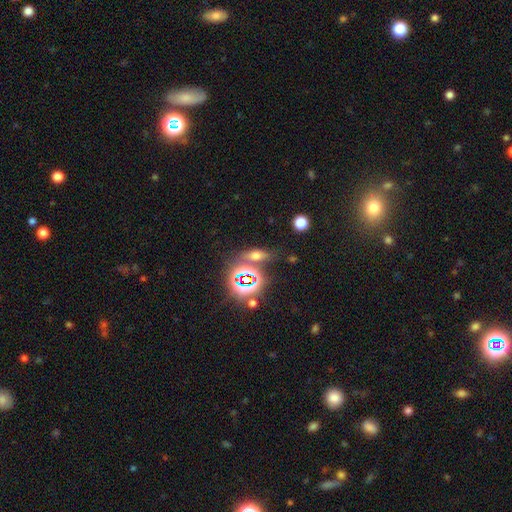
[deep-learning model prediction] The model was most divided on "smooth or featured": smooth: 48%, star or artifact: 35%, featured or disk: 17%. More confident: merging — none (68%).